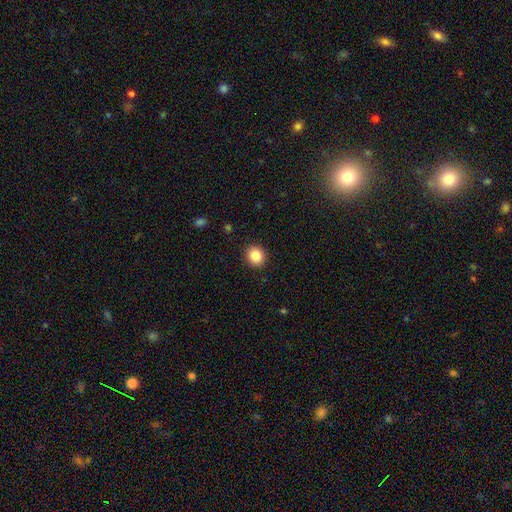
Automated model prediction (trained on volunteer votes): Q: Smooth or featured?
A: smooth (86%); runner-up: star or artifact (10%)
Q: How rounded?
A: round (86%); runner-up: in between (13%)
Q: Merging?
A: none (91%); runner-up: minor disturbance (6%)